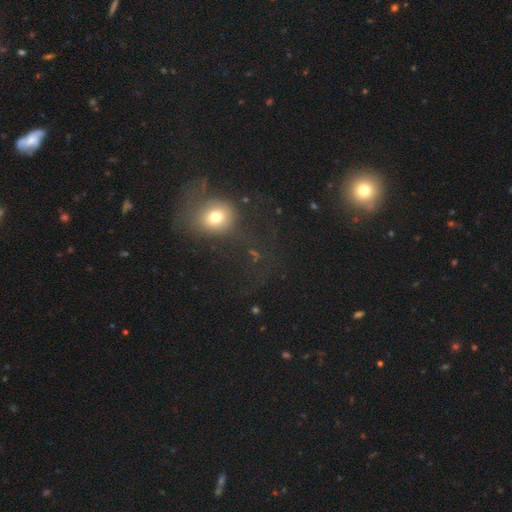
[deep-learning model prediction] Morphology: type=smooth (55%); roundness=round (73%); merging=none (43%).